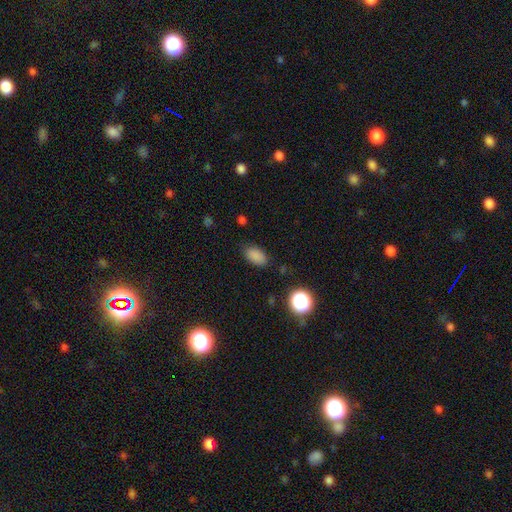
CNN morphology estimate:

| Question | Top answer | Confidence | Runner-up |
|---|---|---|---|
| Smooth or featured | smooth | 84% | star or artifact (12%) |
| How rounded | in between | 90% | round (7%) |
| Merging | none | 81% | minor disturbance (14%) |